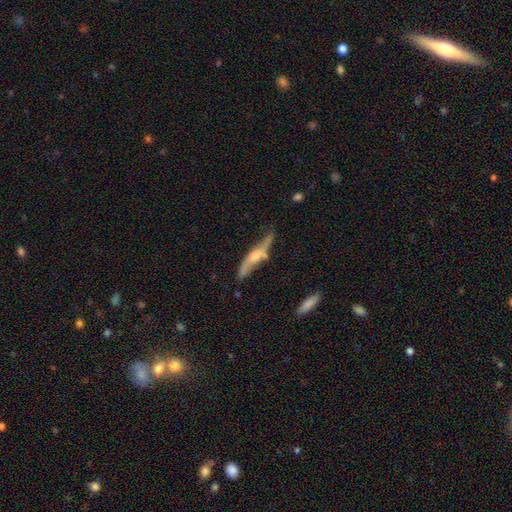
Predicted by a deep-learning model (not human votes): This is likely a featured or disk galaxy (69%). It is likely viewed edge-on (75%). Edge-on bulge: clearly rounded (85%). Merging: likely none (62%).